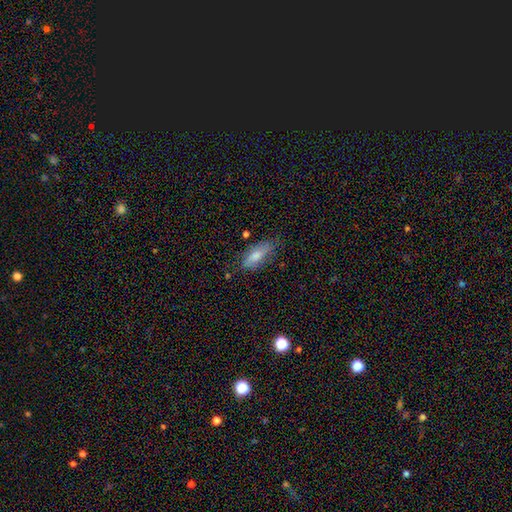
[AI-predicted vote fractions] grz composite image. It shows a smooth galaxy with no disk features (67%) that is in between round and cigar-shaped (64%). Merging: none (72%).